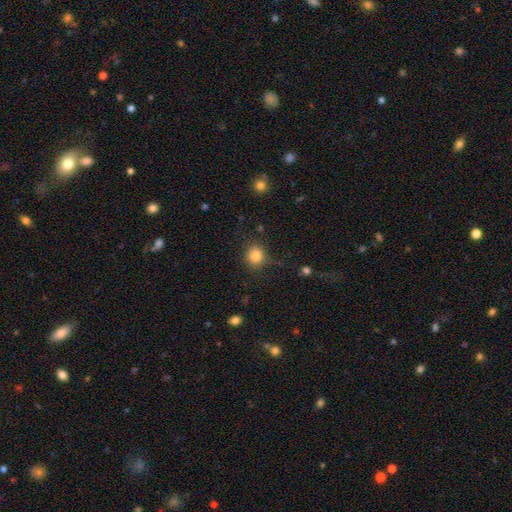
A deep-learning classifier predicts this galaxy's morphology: Smooth or featured? smooth (82%)
How rounded? round (83%)
Merging? none (83%)